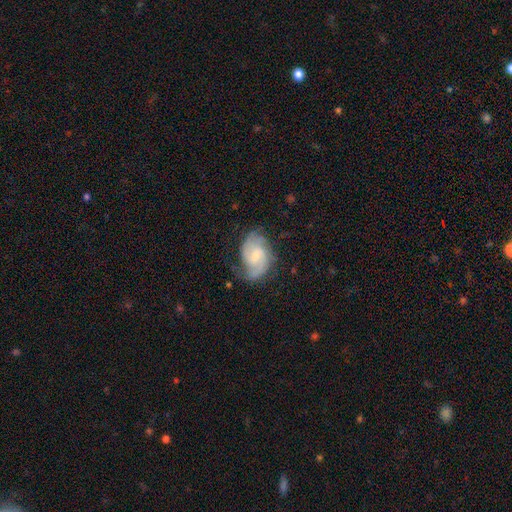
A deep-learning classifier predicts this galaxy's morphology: Q: Smooth or featured?
A: featured or disk (78%); runner-up: smooth (16%)
Q: Edge-on disk?
A: no (97%); runner-up: yes (3%)
Q: Bar?
A: weak (57%); runner-up: no (31%)
Q: Spiral arms?
A: yes (95%); runner-up: no (5%)
Q: Spiral winding?
A: medium (49%); runner-up: tight (33%)
Q: Spiral arm count?
A: 2 (75%); runner-up: can't tell (11%)
Q: Bulge size?
A: small (50%); runner-up: moderate (38%)
Q: Merging?
A: none (66%); runner-up: minor disturbance (23%)